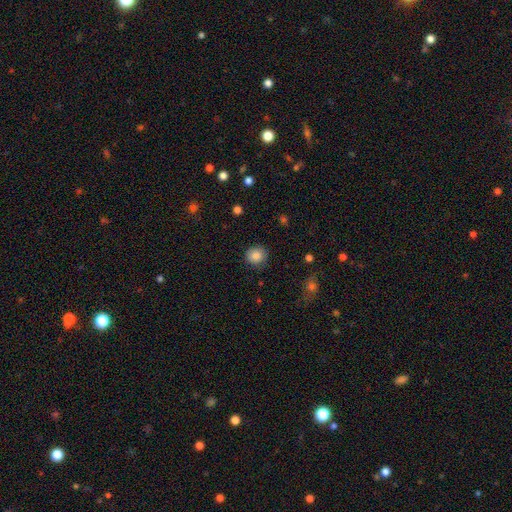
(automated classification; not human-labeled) A smooth galaxy with no disk features (86%) that is round (88%). Merging: none (88%).